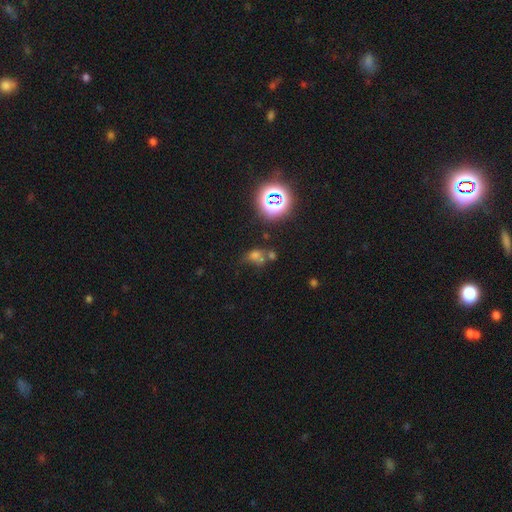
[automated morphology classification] A smooth galaxy with no disk features (55%) that is in between round and cigar-shaped (51%).

Vote fractions:
- Smooth or featured? smooth: 55% / star or artifact: 31% / featured or disk: 14%
- How rounded? in between: 51% / round: 47% / cigar-shaped: 2%
- Merging? none: 39% / merger: 32% / minor disturbance: 17% / major disturbance: 13%